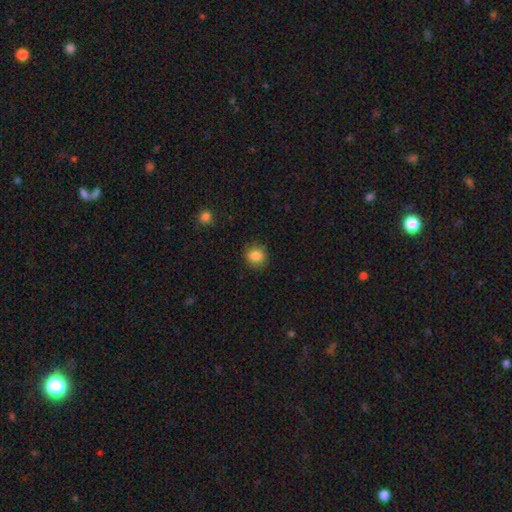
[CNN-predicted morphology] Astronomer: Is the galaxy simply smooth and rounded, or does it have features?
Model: smooth — 84%.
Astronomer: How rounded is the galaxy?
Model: round — 77%.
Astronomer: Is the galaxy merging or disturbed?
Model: none — 85%.